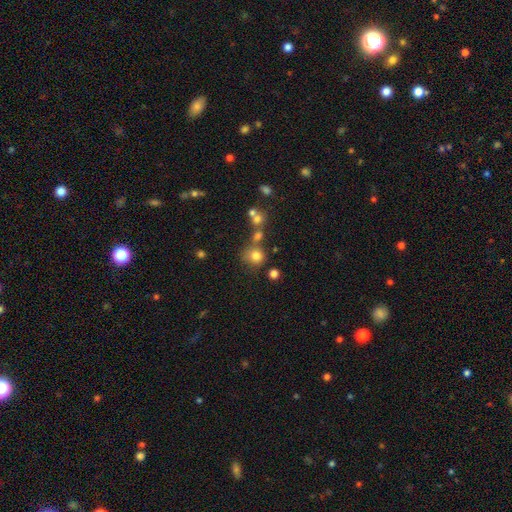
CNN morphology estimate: Smooth or featured? Predicted: smooth (p=0.75). How rounded? Predicted: round (p=0.87). Merging? Predicted: none (p=0.61).